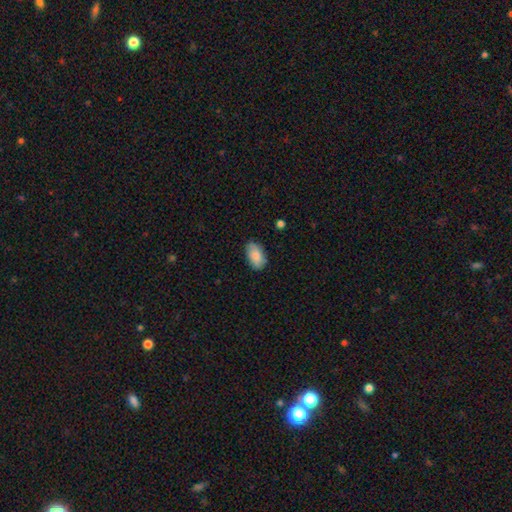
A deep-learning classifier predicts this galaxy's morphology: smooth-or-featured: smooth: 84% | featured or disk: 10% | star or artifact: 6%
  how-rounded: in between: 93% | round: 5% | cigar-shaped: 2%
  merging: none: 78% | minor disturbance: 17% | major disturbance: 3% | merger: 1%